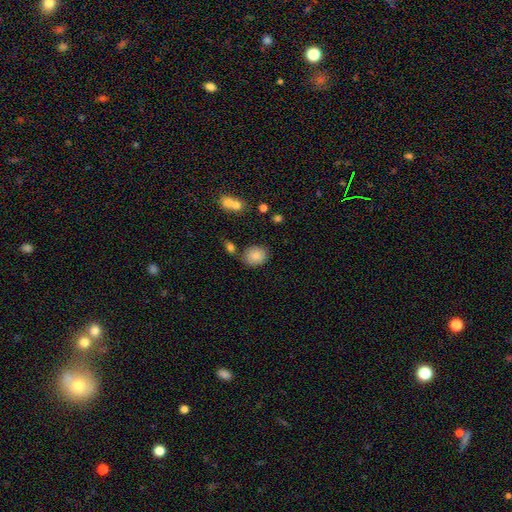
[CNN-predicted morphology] A smooth galaxy with no disk features (85%) that is round (61%).

Vote fractions:
- Smooth or featured? smooth: 85% / star or artifact: 8% / featured or disk: 7%
- How rounded? round: 61% / in between: 38% / cigar-shaped: 1%
- Merging? none: 78% / minor disturbance: 13% / merger: 6% / major disturbance: 3%